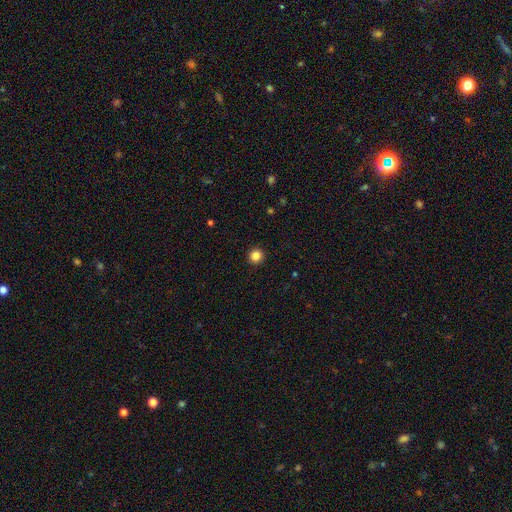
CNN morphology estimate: smooth_or_featured: smooth (p=0.85) [alt: star or artifact p=0.12]
how_rounded: round (p=0.95) [alt: in between p=0.04]
merging: none (p=0.93) [alt: minor disturbance p=0.04]